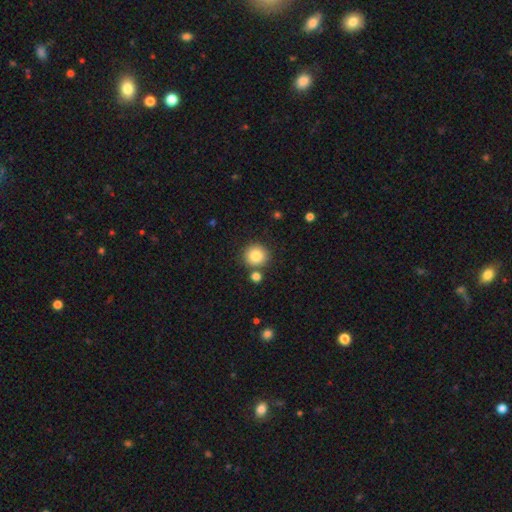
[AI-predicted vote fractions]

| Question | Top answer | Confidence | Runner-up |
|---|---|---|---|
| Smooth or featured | smooth | 85% | star or artifact (9%) |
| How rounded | round | 91% | in between (8%) |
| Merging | none | 77% | merger (13%) |